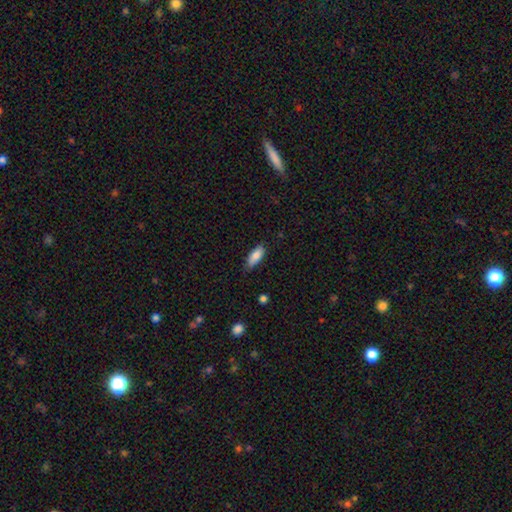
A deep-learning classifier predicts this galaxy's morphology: Q: Smooth or featured?
A: smooth (85%); runner-up: featured or disk (9%)
Q: How rounded?
A: in between (77%); runner-up: cigar-shaped (21%)
Q: Merging?
A: none (79%); runner-up: minor disturbance (17%)